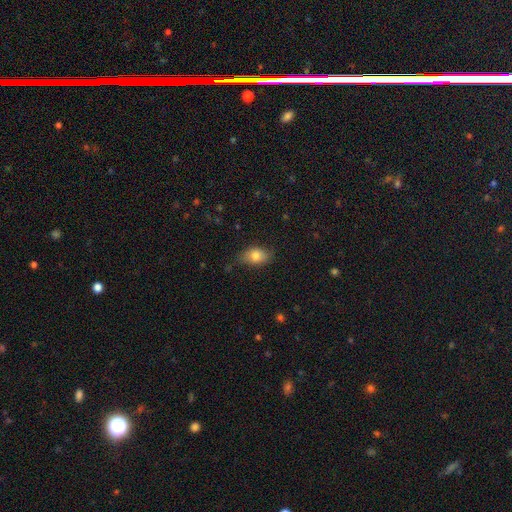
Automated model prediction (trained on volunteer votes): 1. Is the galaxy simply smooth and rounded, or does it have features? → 78% smooth, 13% featured or disk, 8% star or artifact.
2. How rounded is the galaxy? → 84% in between, 14% round, 2% cigar-shaped.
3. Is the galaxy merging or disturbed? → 72% none, 22% minor disturbance, 4% major disturbance, 1% merger.